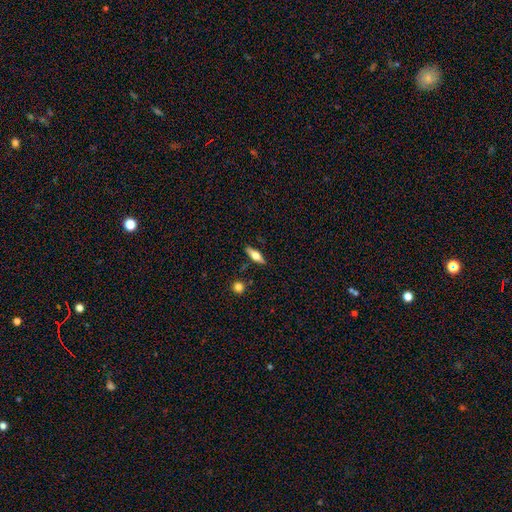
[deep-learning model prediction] featured or disk 47%, smooth 46%, star or artifact 7%. Down the decision tree: merging — none (86%).